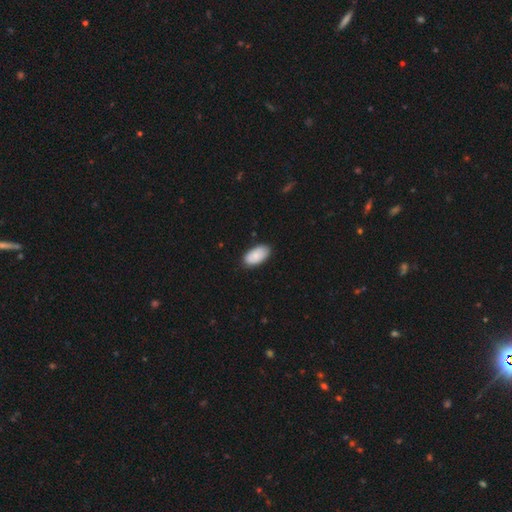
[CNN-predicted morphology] Smooth or featured?
  - smooth: 85% *
  - featured or disk: 9%
  - star or artifact: 6%
How rounded?
  - in between: 95% *
  - round: 3%
  - cigar-shaped: 2%
Merging?
  - none: 84% *
  - minor disturbance: 12%
  - major disturbance: 2%
  - merger: 1%